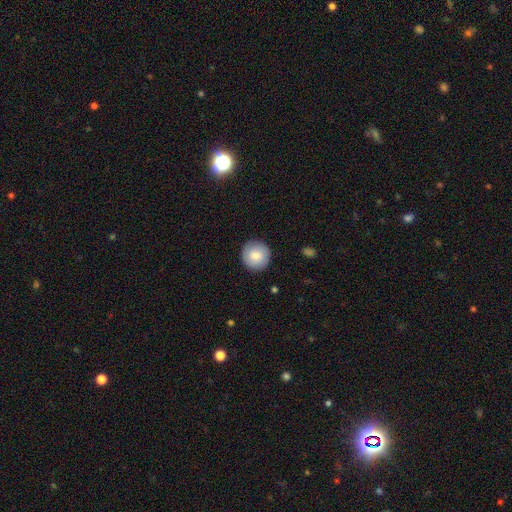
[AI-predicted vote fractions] A smooth galaxy with no disk features (80%) that is round (95%).

Vote fractions:
- Smooth or featured? smooth: 80% / featured or disk: 13% / star or artifact: 7%
- How rounded? round: 95% / in between: 4% / cigar-shaped: 1%
- Merging? none: 90% / minor disturbance: 7% / major disturbance: 2% / merger: 1%